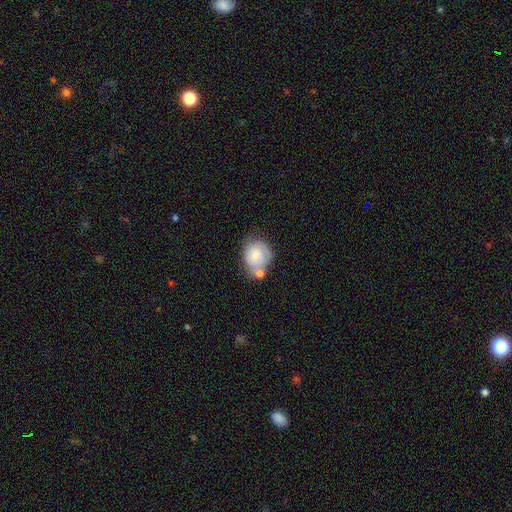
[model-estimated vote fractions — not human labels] This appears to be a smooth galaxy with no disk features (58%) that is round (64%). Merging: none (42%).